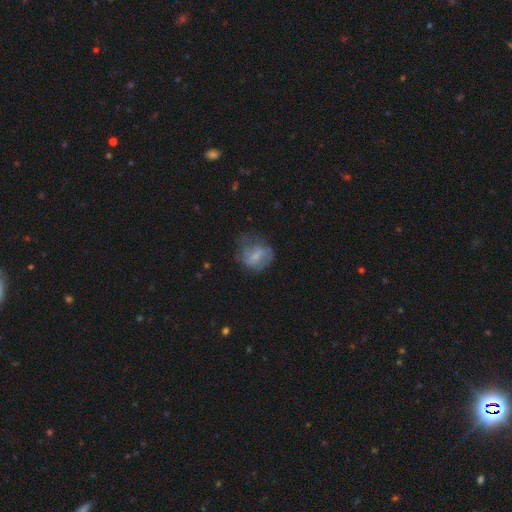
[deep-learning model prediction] Morphology: type=smooth (49%); merging=none (45%).